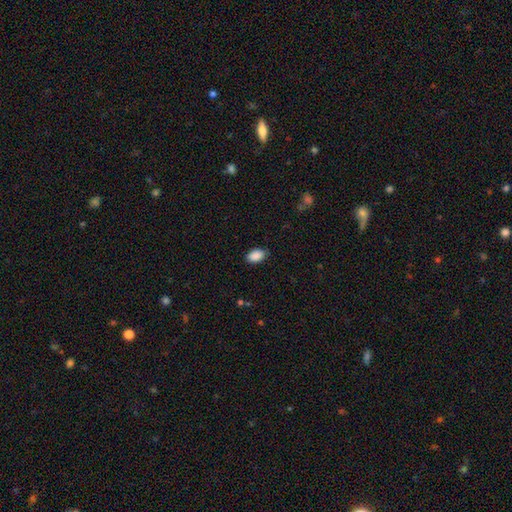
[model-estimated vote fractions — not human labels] Smooth or featured?
  - smooth: 89% *
  - star or artifact: 7%
  - featured or disk: 3%
How rounded?
  - in between: 91% *
  - round: 8%
  - cigar-shaped: 1%
Merging?
  - none: 81% *
  - minor disturbance: 15%
  - major disturbance: 3%
  - merger: 1%